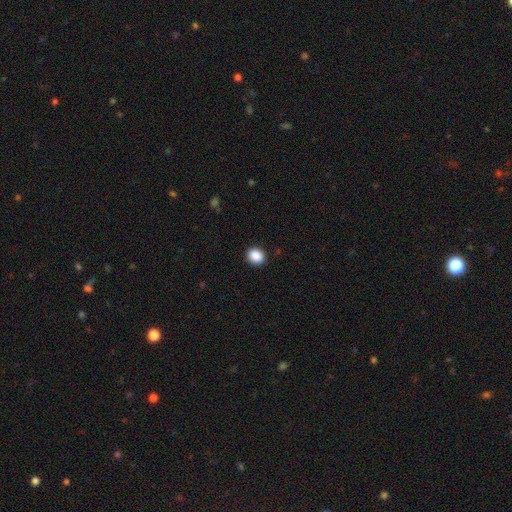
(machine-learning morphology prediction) A smooth galaxy with no disk features (89%) that is round (66%). Merging: none (91%).